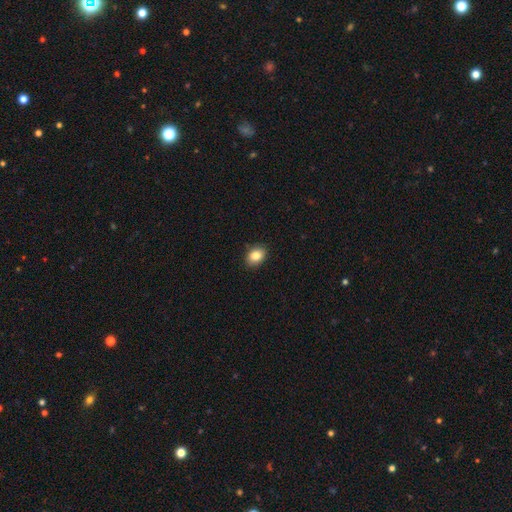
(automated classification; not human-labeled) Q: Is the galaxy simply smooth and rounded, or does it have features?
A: smooth — 85%.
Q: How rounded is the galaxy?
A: in between — 70%.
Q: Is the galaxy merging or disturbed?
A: none — 88%.